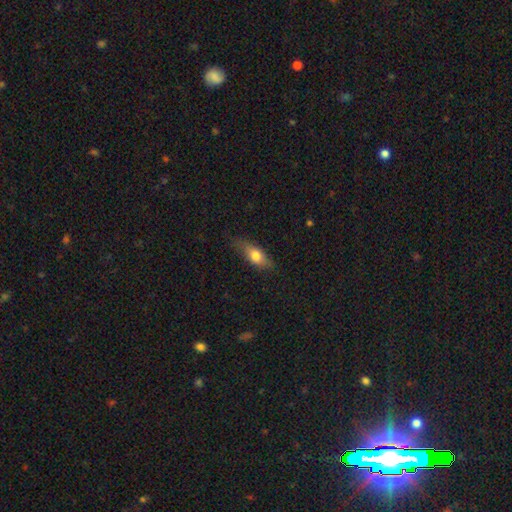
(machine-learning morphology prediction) Overall: smooth (70%). How rounded: in between (73%). Merging: none (67%).